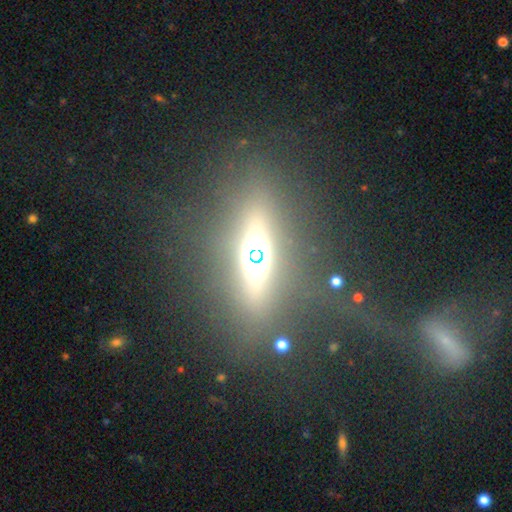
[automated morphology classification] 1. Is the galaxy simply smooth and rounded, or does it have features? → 39% featured or disk, 32% smooth, 29% star or artifact.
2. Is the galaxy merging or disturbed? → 81% none, 10% minor disturbance, 7% major disturbance, 3% merger.